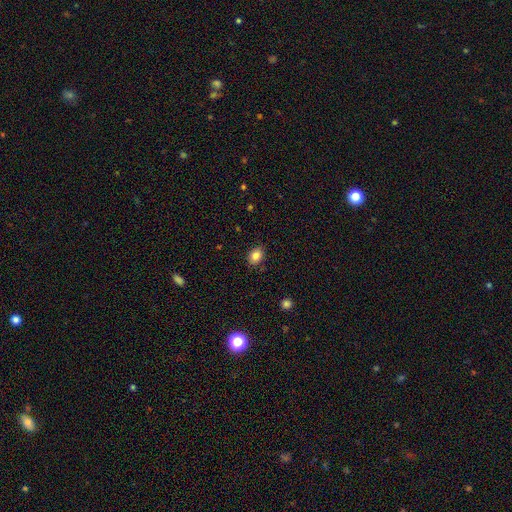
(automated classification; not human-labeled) This appears to be a smooth galaxy with no disk features (83%) that is in between round and cigar-shaped (62%). Merging: none (86%).